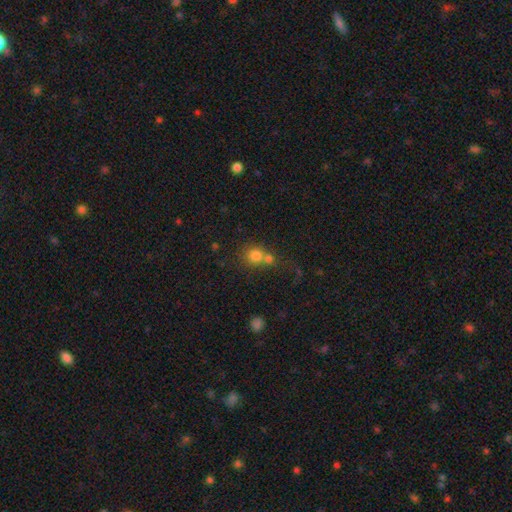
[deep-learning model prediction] The model was most divided on "merging": merger: 47%, none: 40%, minor disturbance: 8%, major disturbance: 5%. More confident: how rounded — round (85%); smooth or featured — smooth (78%).